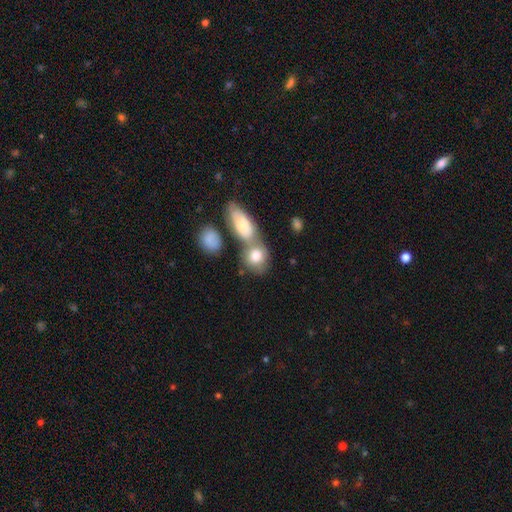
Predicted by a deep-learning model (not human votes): Q: Smooth or featured?
A: smooth (76%); runner-up: featured or disk (17%)
Q: How rounded?
A: in between (49%); runner-up: round (48%)
Q: Merging?
A: merger (49%); runner-up: none (36%)